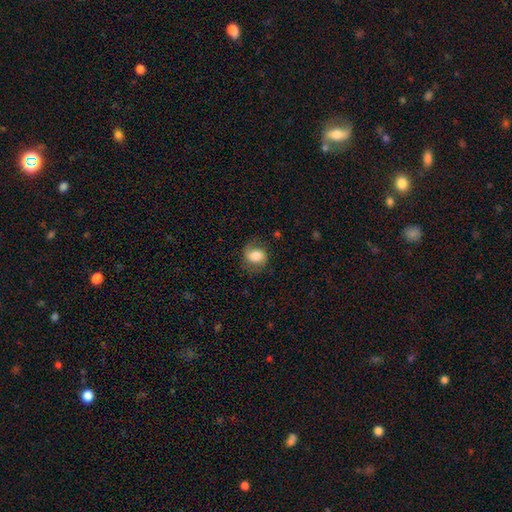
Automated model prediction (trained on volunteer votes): smooth-or-featured: smooth: 55% | featured or disk: 36% | star or artifact: 9%
  how-rounded: round: 58% | in between: 41% | cigar-shaped: 1%
  merging: none: 63% | minor disturbance: 23% | major disturbance: 13% | merger: 1%